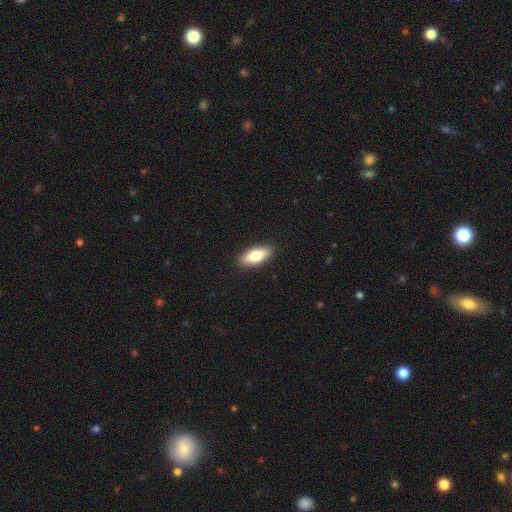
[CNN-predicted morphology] The model was most divided on "how rounded": in between: 77%, cigar-shaped: 21%, round: 3%. More confident: merging — none (90%); smooth or featured — smooth (78%).